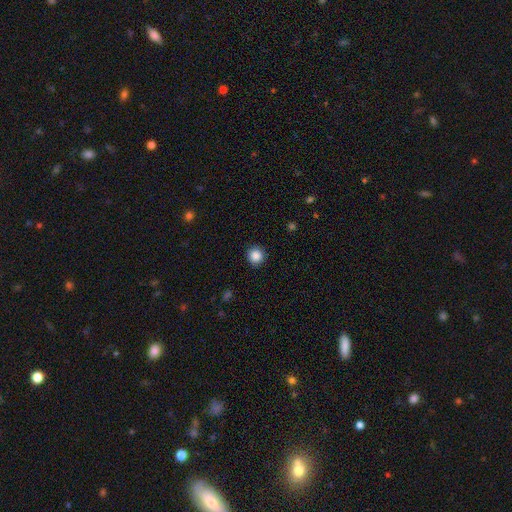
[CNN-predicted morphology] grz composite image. It shows a smooth galaxy with no disk features (87%) that is round (94%). Merging: none (91%).